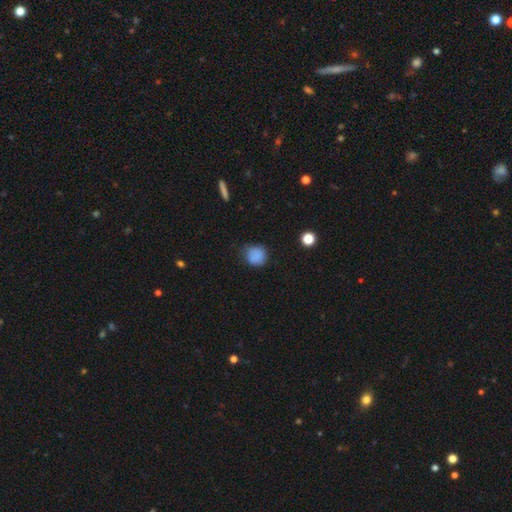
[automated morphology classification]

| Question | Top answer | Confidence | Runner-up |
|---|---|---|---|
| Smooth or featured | smooth | 85% | star or artifact (10%) |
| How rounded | round | 87% | in between (12%) |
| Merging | none | 76% | minor disturbance (19%) |